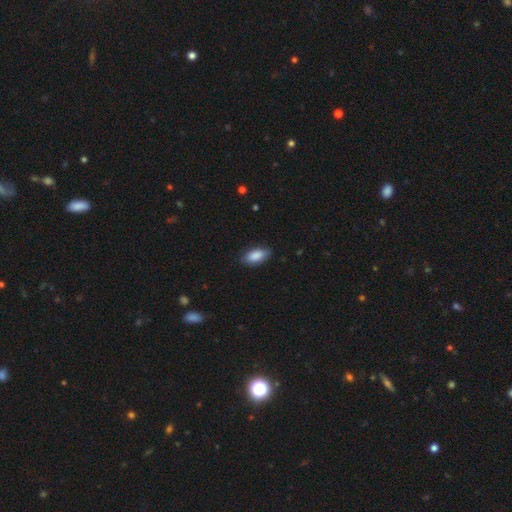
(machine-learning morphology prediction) Smooth or featured? smooth (87%)
How rounded? in between (89%)
Merging? none (82%)